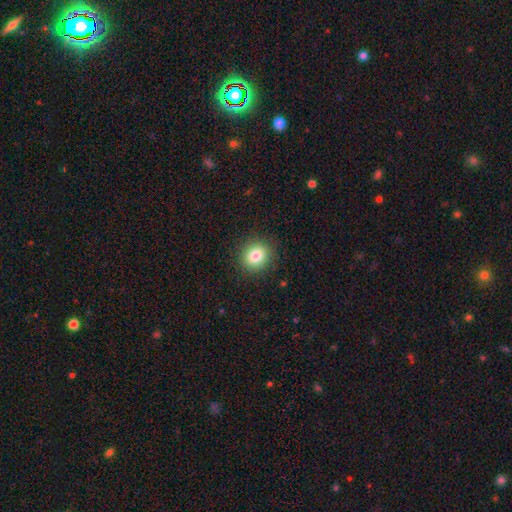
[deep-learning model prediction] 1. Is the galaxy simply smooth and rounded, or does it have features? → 83% smooth, 10% star or artifact, 7% featured or disk.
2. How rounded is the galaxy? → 74% round, 25% in between, 1% cigar-shaped.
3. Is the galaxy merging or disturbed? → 90% none, 7% minor disturbance, 2% major disturbance, 1% merger.